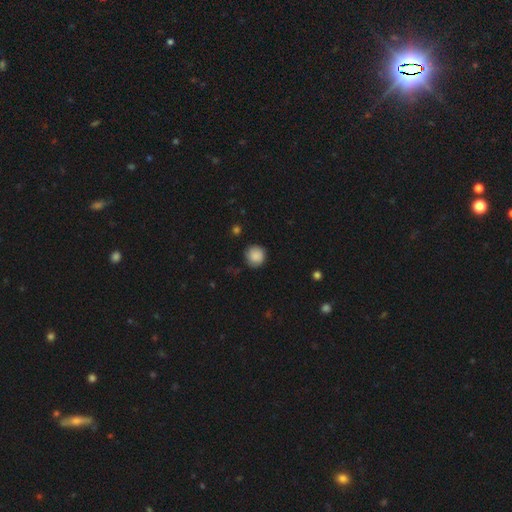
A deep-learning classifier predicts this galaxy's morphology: smooth-or-featured: smooth: 87% | star or artifact: 8% | featured or disk: 5%
  how-rounded: round: 92% | in between: 7% | cigar-shaped: 1%
  merging: none: 80% | minor disturbance: 15% | major disturbance: 3% | merger: 1%